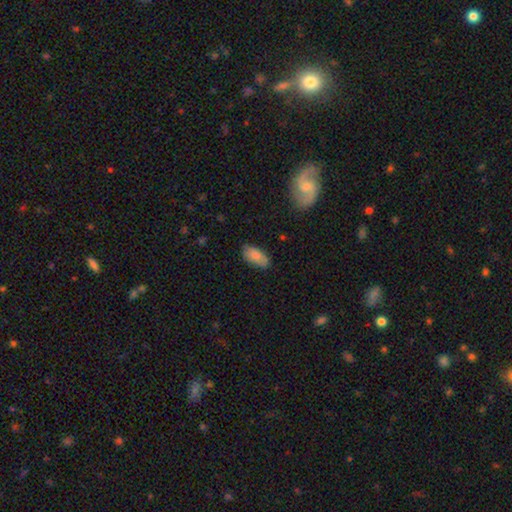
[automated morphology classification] smooth 83%, featured or disk 11%, star or artifact 6%. Down the decision tree: how rounded — in between (91%); merging — none (80%).